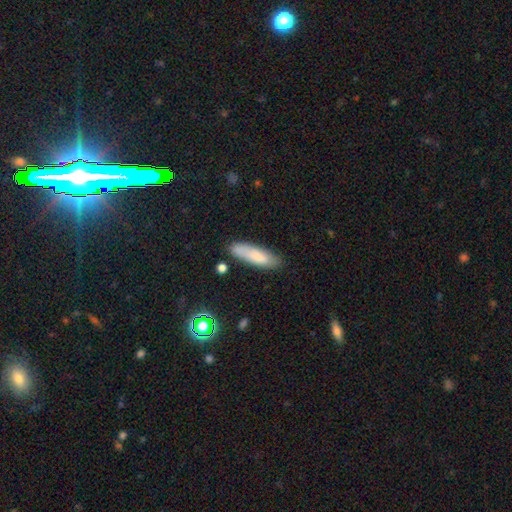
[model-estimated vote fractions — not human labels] Smooth or featured?
  - smooth: 78% *
  - featured or disk: 14%
  - star or artifact: 8%
How rounded?
  - cigar-shaped: 68% *
  - in between: 30%
  - round: 2%
Merging?
  - none: 79% *
  - minor disturbance: 15%
  - major disturbance: 3%
  - merger: 3%